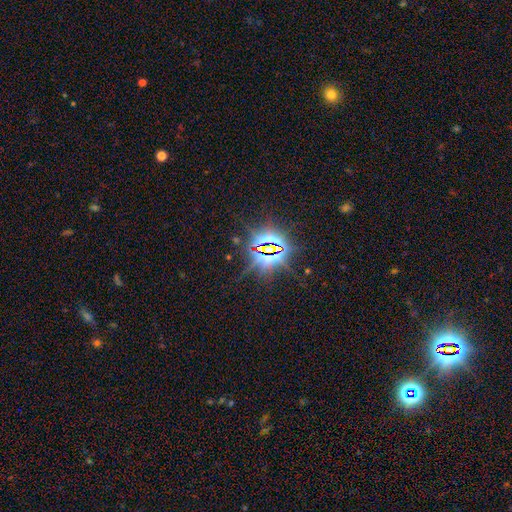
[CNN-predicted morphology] The model was most divided on "smooth or featured": star or artifact: 85%, featured or disk: 7%, smooth: 7%.